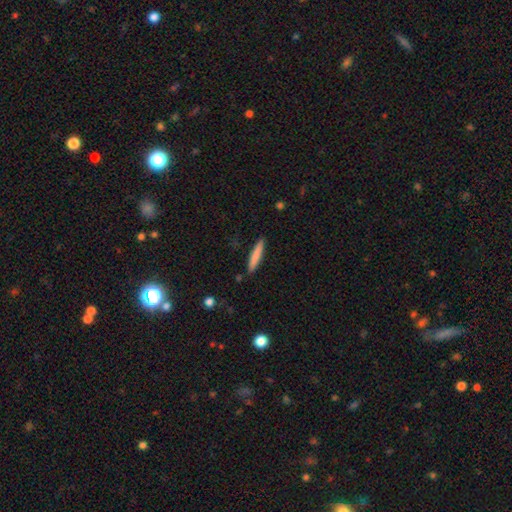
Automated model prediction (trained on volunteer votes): This appears to be a smooth galaxy with no disk features (78%) that is cigar-shaped (93%). Merging: none (89%).